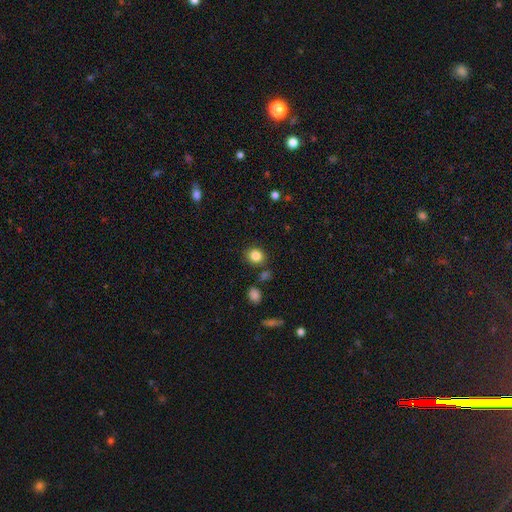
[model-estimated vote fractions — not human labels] This is clearly a smooth galaxy (84%). How rounded: likely round (79%). Merging: clearly none (84%).